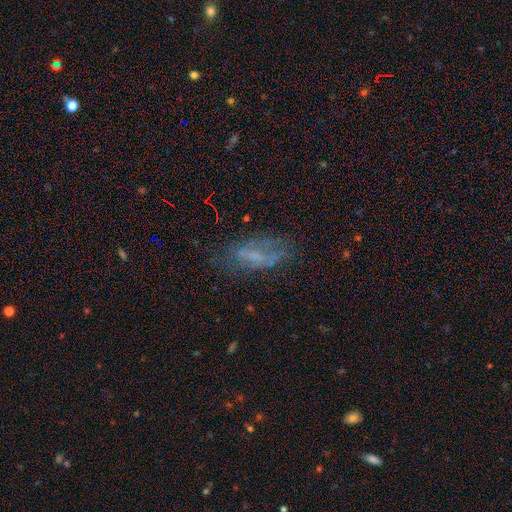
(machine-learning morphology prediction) smooth_or_featured: featured or disk (p=0.44) [alt: smooth p=0.40]
merging: none (p=0.56) [alt: minor disturbance p=0.23]